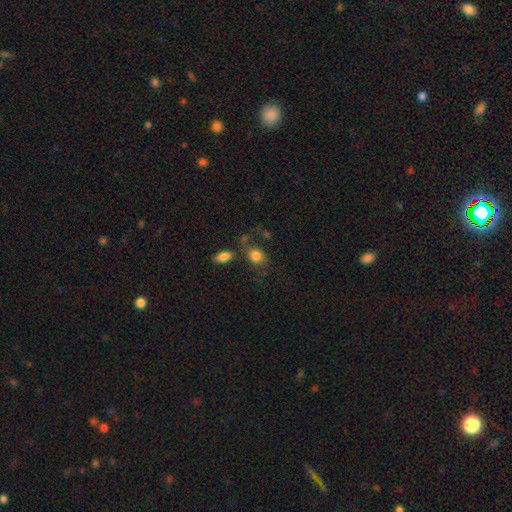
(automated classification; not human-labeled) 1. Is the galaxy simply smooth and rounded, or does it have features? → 81% smooth, 10% star or artifact, 9% featured or disk.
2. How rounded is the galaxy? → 53% in between, 45% round, 1% cigar-shaped.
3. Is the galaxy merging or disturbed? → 59% none, 18% minor disturbance, 13% merger, 10% major disturbance.